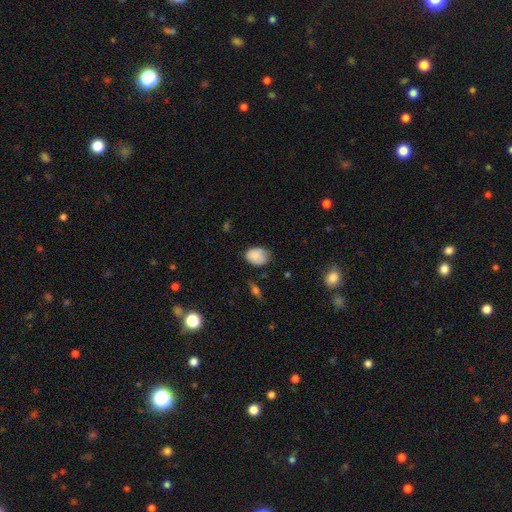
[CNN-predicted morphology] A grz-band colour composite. It shows a smooth galaxy with no disk features (81%) that is in between round and cigar-shaped (74%). Merging: none (57%).